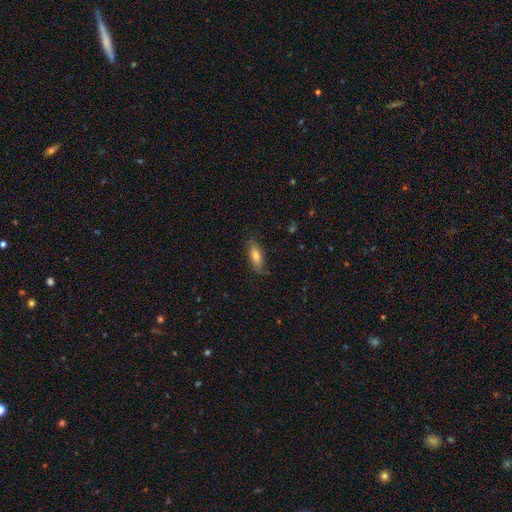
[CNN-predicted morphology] Smooth or featured?
  - smooth: 69% *
  - featured or disk: 24%
  - star or artifact: 7%
How rounded?
  - in between: 69% *
  - cigar-shaped: 29%
  - round: 2%
Merging?
  - none: 76% *
  - minor disturbance: 19%
  - major disturbance: 4%
  - merger: 1%